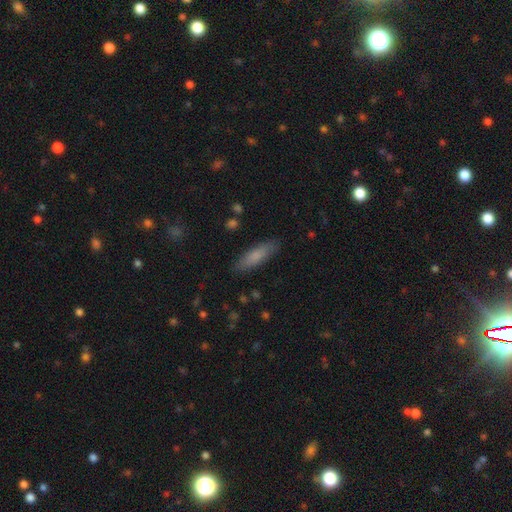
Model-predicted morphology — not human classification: Smooth or featured?
  - smooth: 79% *
  - featured or disk: 15%
  - star or artifact: 6%
How rounded?
  - cigar-shaped: 62% *
  - in between: 36%
  - round: 2%
Merging?
  - none: 86% *
  - minor disturbance: 10%
  - major disturbance: 2%
  - merger: 1%